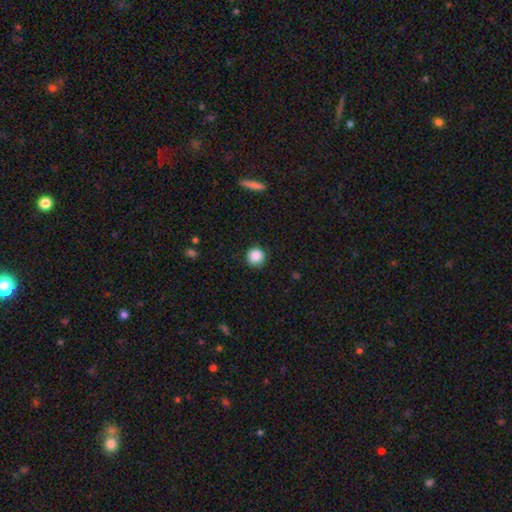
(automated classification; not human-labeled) A smooth galaxy with no disk features (88%) that is round (94%).

Vote fractions:
- Smooth or featured? smooth: 88% / star or artifact: 9% / featured or disk: 3%
- How rounded? round: 94% / in between: 5% / cigar-shaped: 1%
- Merging? none: 88% / minor disturbance: 8% / major disturbance: 2% / merger: 1%